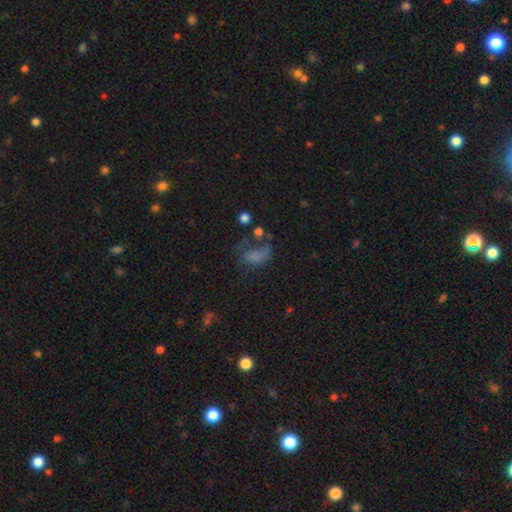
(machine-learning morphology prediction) type=smooth (57%); roundness=in between (84%); merging=major disturbance (38%).